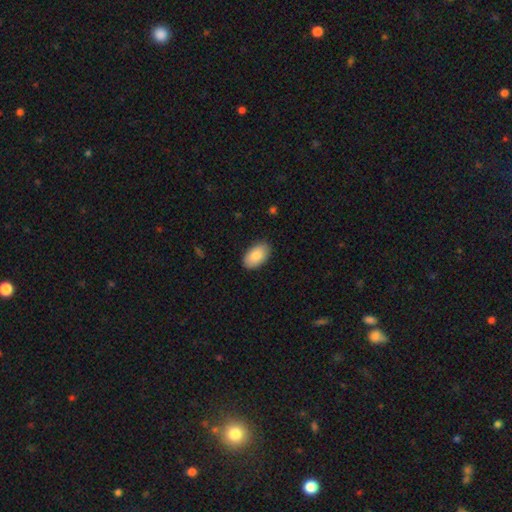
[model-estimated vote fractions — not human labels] This appears to be a smooth galaxy with no disk features (85%) that is in between round and cigar-shaped (94%). Merging: none (87%).